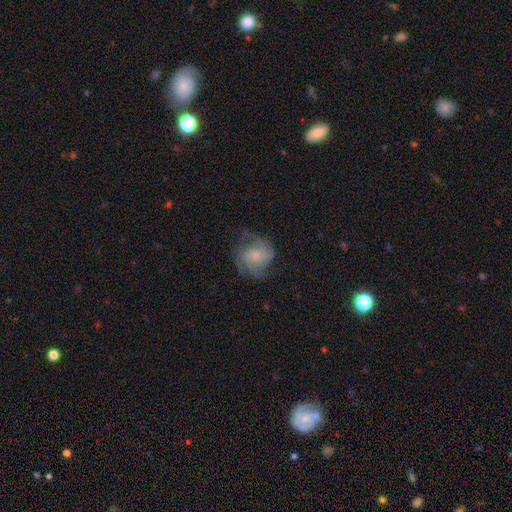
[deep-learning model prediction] Morphology: type=featured or disk (72%); edge-on=no (98%); bar=no (64%); spiral arms=yes (93%); winding=medium (48%); arm count=2 (35%); bulge=small (54%); merging=none (65%).